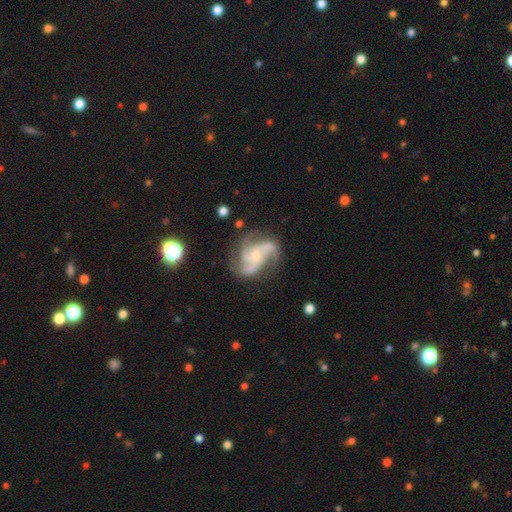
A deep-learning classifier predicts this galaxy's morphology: type=featured or disk (88%); edge-on=no (98%); bar=no (66%); spiral arms=yes (98%); winding=medium (54%); arm count=3 (64%); bulge=small (67%); merging=none (68%).